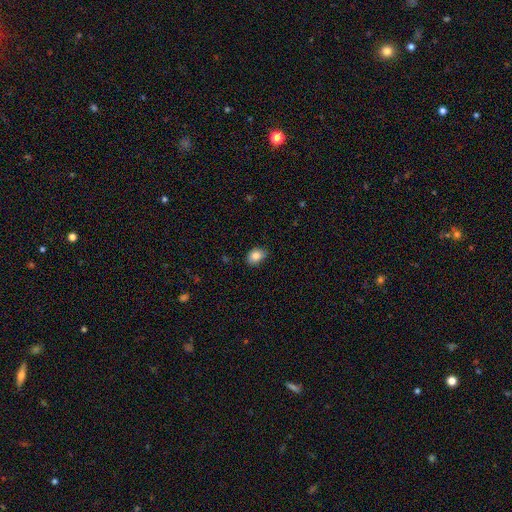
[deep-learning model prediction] Smooth or featured?
  - smooth: 83% *
  - star or artifact: 9%
  - featured or disk: 8%
How rounded?
  - in between: 71% *
  - round: 28%
  - cigar-shaped: 1%
Merging?
  - none: 81% *
  - minor disturbance: 16%
  - major disturbance: 2%
  - merger: 1%